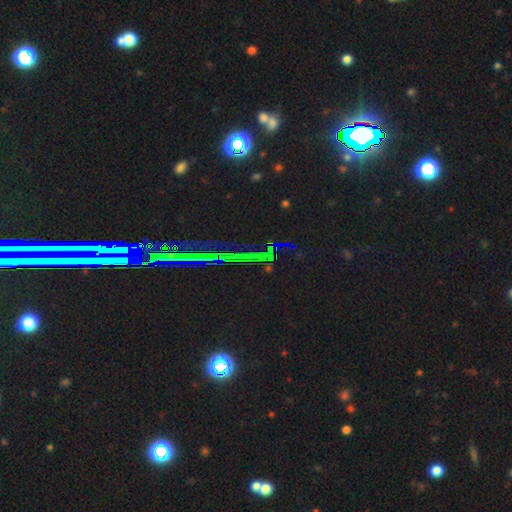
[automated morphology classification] A star or artifact, not a galaxy (82%).